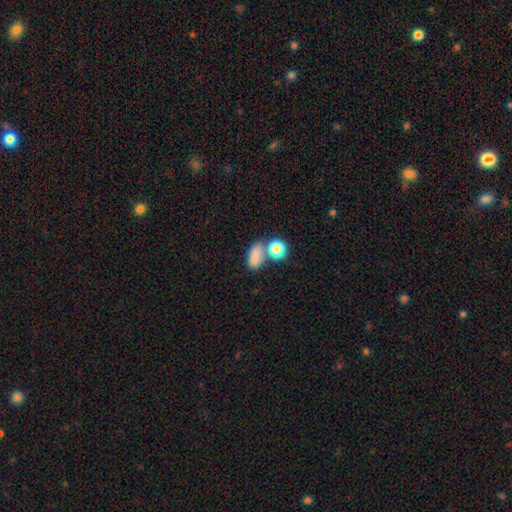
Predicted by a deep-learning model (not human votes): This is likely a smooth galaxy (79%). How rounded: likely in between (76%). Merging: marginally none (41%).